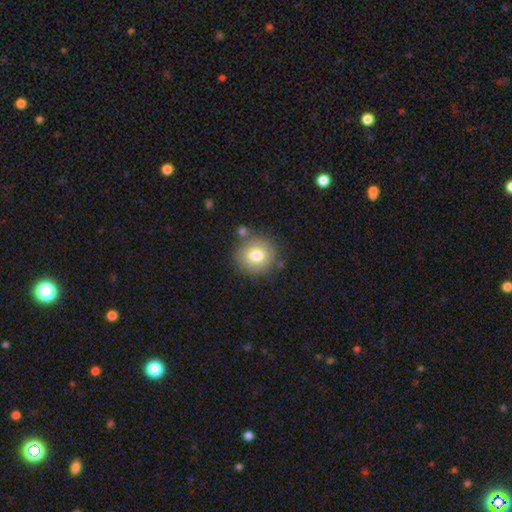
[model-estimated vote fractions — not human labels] Smooth or featured: smooth — 77% (featured or disk — 12%)
How rounded: round — 90% (in between — 9%)
Merging: none — 83% (minor disturbance — 9%)